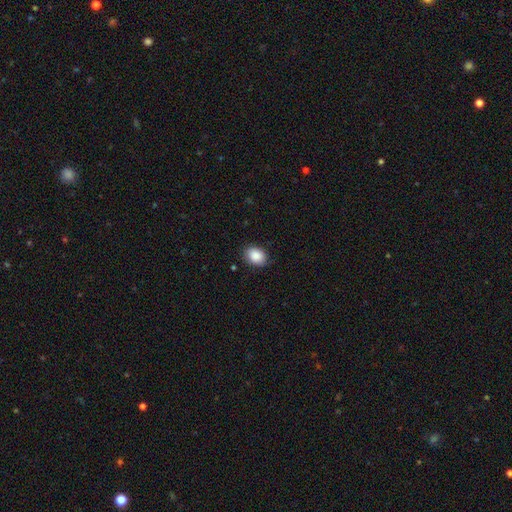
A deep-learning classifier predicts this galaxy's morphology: This appears to be a smooth galaxy with no disk features (88%) that is in between round and cigar-shaped (70%). Merging: none (84%).